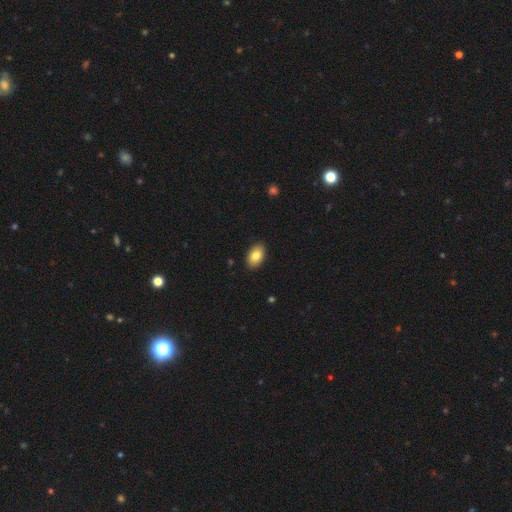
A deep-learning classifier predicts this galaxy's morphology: This is clearly a smooth galaxy (83%). How rounded: clearly in between (91%). Merging: clearly none (89%).